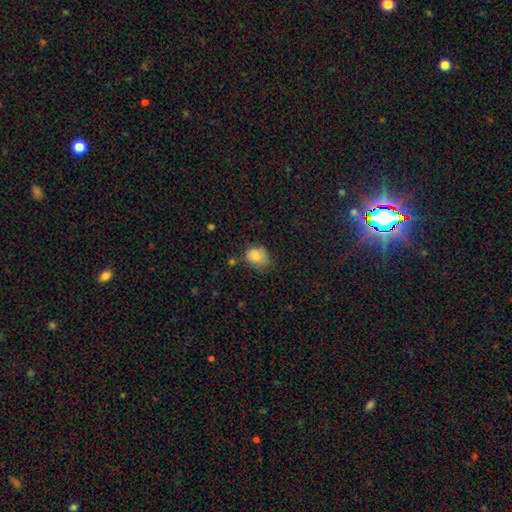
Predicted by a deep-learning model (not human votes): Smooth or featured?
  - smooth: 80% *
  - star or artifact: 10%
  - featured or disk: 10%
How rounded?
  - round: 60% *
  - in between: 39%
  - cigar-shaped: 1%
Merging?
  - none: 55% *
  - minor disturbance: 33%
  - major disturbance: 8%
  - merger: 4%